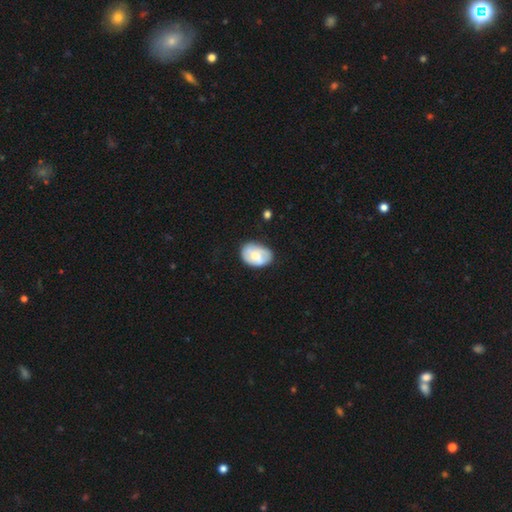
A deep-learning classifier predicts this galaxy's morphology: smooth 58%, featured or disk 36%, star or artifact 6%. Down the decision tree: how rounded — in between (80%); merging — none (68%).